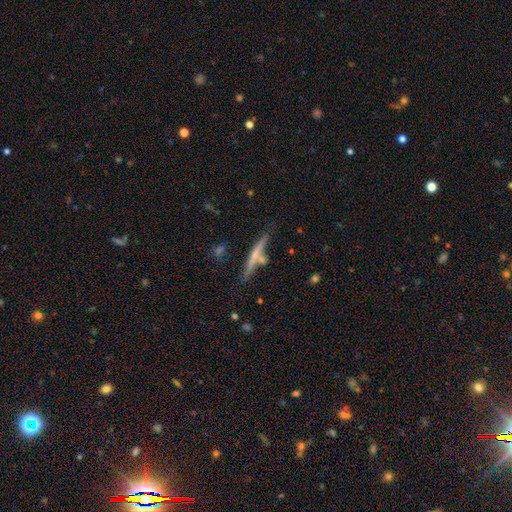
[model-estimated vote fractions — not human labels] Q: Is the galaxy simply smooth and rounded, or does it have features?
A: featured or disk — 51%.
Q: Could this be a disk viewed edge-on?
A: yes — 94%.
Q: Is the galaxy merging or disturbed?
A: none — 69%.